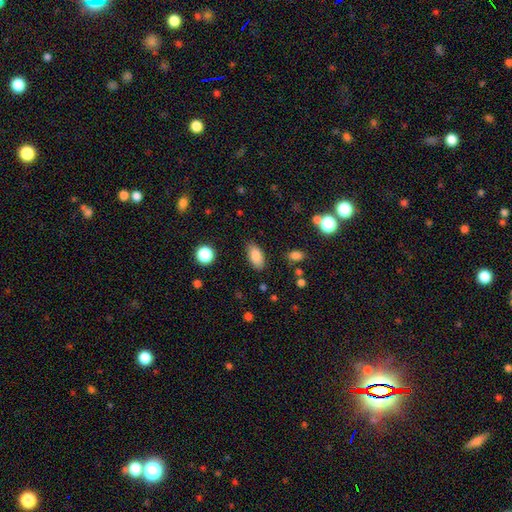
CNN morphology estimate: A smooth galaxy with no disk features (84%) that is in between round and cigar-shaped (91%). Merging: none (83%).